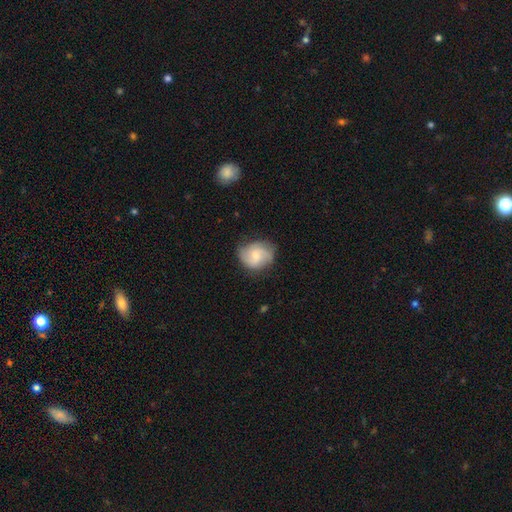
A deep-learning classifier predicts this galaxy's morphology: Smooth or featured?
  - smooth: 49% *
  - featured or disk: 44%
  - star or artifact: 7%
Merging?
  - none: 69% *
  - minor disturbance: 24%
  - major disturbance: 7%
  - merger: 1%